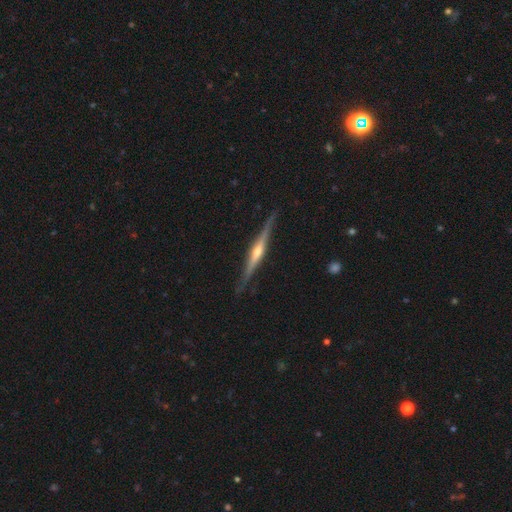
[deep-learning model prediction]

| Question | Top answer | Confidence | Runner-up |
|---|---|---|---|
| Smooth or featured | featured or disk | 83% | smooth (12%) |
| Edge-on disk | yes | 98% | no (2%) |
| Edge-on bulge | rounded | 84% | none (8%) |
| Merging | none | 88% | minor disturbance (9%) |